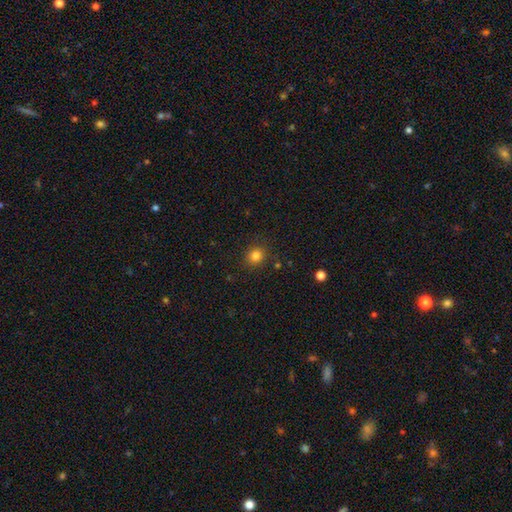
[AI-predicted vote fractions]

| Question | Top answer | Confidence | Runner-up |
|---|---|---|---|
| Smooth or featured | smooth | 82% | star or artifact (13%) |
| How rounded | round | 80% | in between (19%) |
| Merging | none | 87% | minor disturbance (8%) |